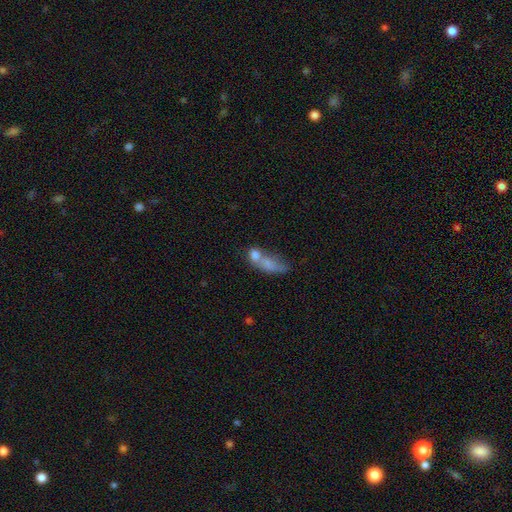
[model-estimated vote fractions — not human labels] Overall: smooth (70%). How rounded: in between (67%). Merging: merger (58%; none 19%).